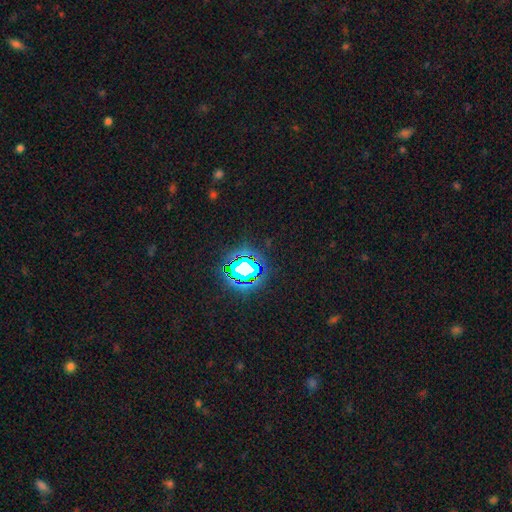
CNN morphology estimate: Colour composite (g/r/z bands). It shows a star or artifact, not a galaxy (81%).